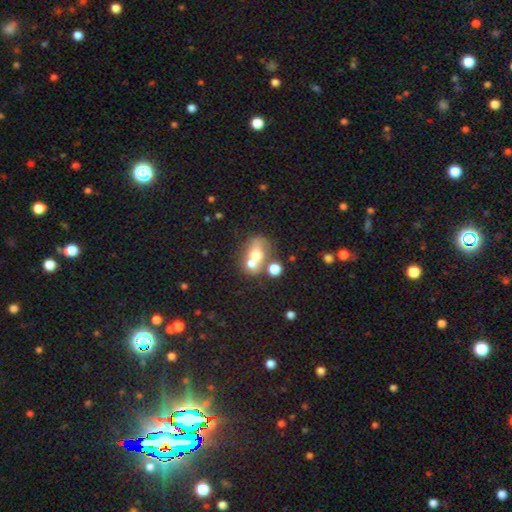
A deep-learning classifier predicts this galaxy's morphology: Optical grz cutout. It shows a smooth galaxy with no disk features (58%) that is in between round and cigar-shaped (51%). Merging: merger (55%).